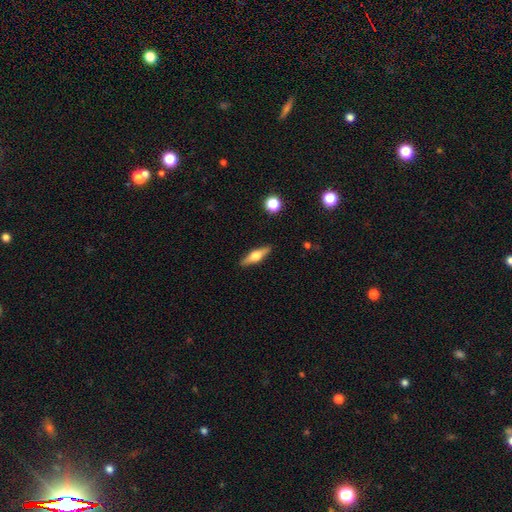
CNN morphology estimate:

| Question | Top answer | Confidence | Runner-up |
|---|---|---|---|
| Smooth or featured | featured or disk | 55% | smooth (39%) |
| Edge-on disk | yes | 94% | no (6%) |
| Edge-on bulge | rounded | 93% | boxy (5%) |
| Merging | none | 89% | minor disturbance (8%) |